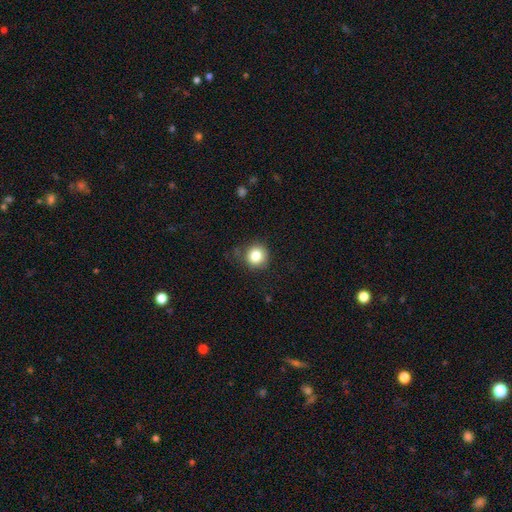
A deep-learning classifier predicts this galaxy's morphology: Q: Smooth or featured?
A: smooth (82%); runner-up: star or artifact (11%)
Q: How rounded?
A: round (92%); runner-up: in between (7%)
Q: Merging?
A: none (79%); runner-up: minor disturbance (15%)